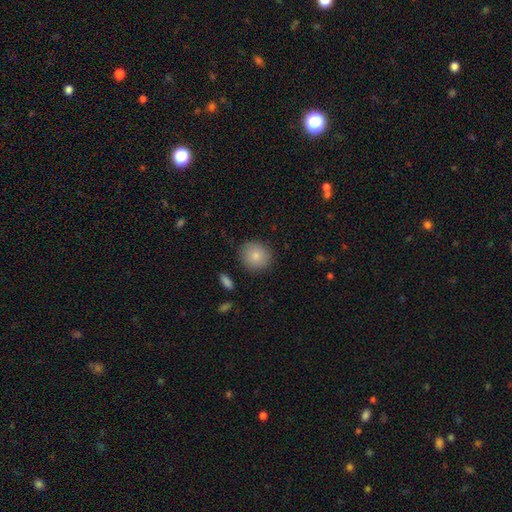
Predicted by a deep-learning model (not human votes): smooth-or-featured: smooth: 84% | star or artifact: 8% | featured or disk: 8%
  how-rounded: round: 86% | in between: 13% | cigar-shaped: 1%
  merging: none: 88% | minor disturbance: 8% | major disturbance: 2% | merger: 1%